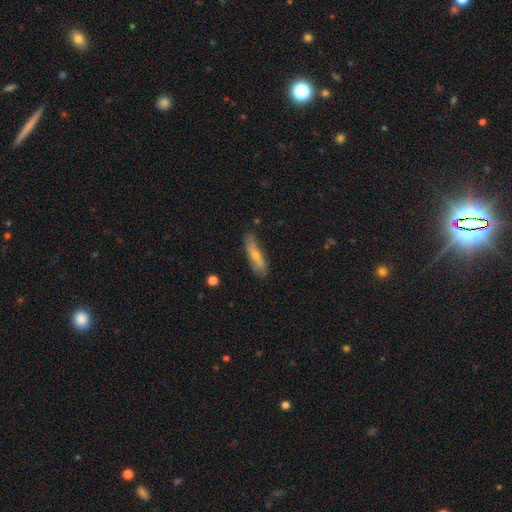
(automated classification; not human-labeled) Smooth or featured: smooth — 61% (featured or disk — 33%)
How rounded: cigar-shaped — 71% (in between — 27%)
Merging: none — 72% (minor disturbance — 21%)